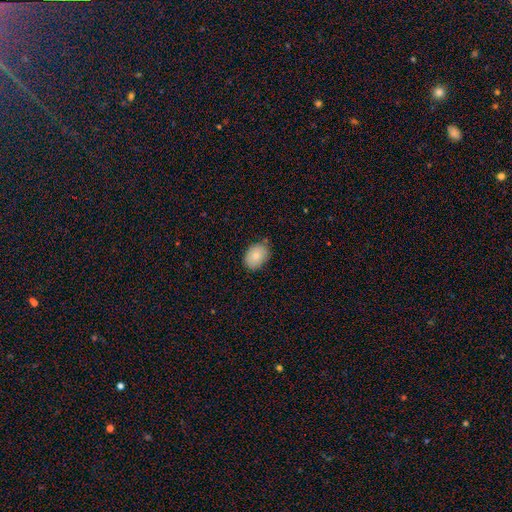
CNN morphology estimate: type=smooth (82%); roundness=in between (78%); merging=none (75%).